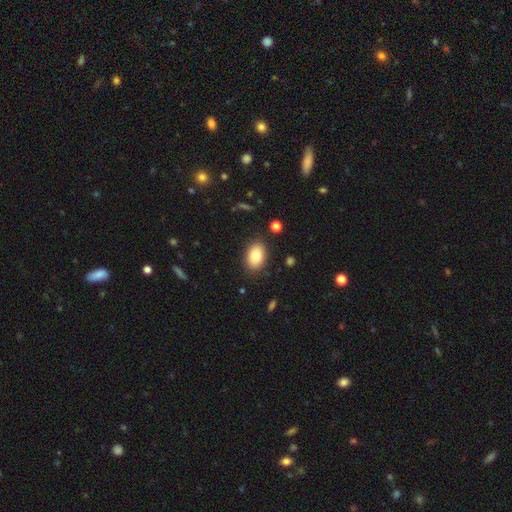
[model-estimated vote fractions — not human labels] A smooth galaxy with no disk features (82%) that is in between round and cigar-shaped (85%).

Vote fractions:
- Smooth or featured? smooth: 82% / featured or disk: 10% / star or artifact: 8%
- How rounded? in between: 85% / round: 14% / cigar-shaped: 1%
- Merging? none: 86% / minor disturbance: 10% / major disturbance: 3% / merger: 2%